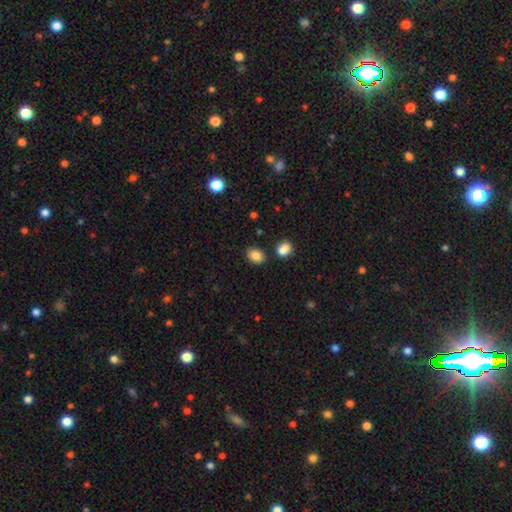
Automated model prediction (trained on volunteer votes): Morphology: type=smooth (86%); roundness=in between (67%); merging=none (79%).